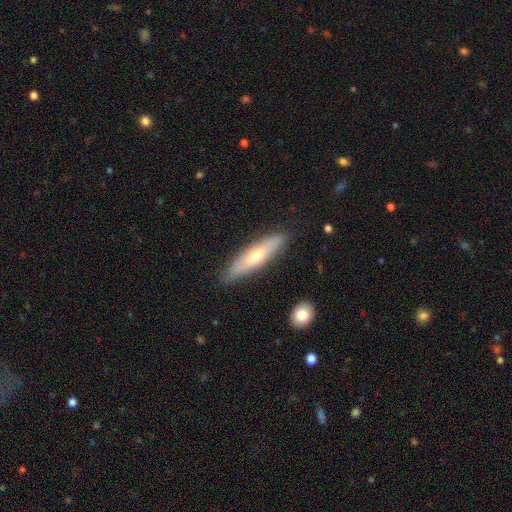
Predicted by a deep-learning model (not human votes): Morphology: type=smooth (55%); roundness=cigar-shaped (74%); merging=none (84%).